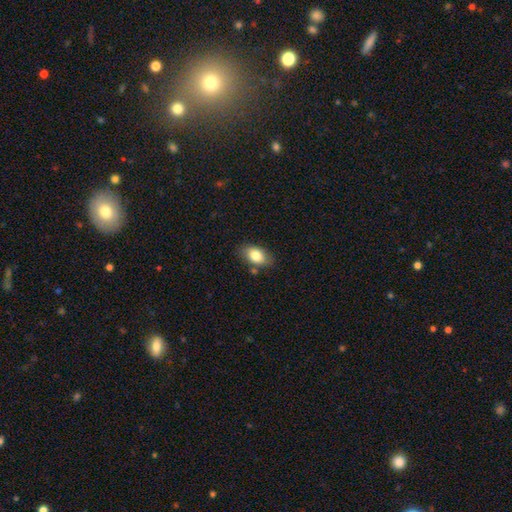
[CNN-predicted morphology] This appears to be a smooth galaxy with no disk features (81%) that is in between round and cigar-shaped (88%). Merging: none (78%).